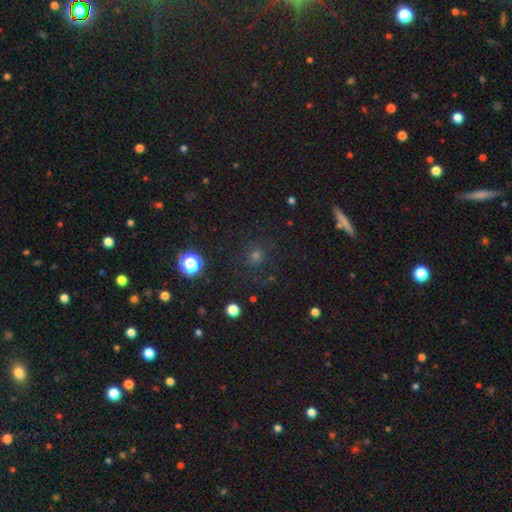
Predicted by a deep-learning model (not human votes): smooth_or_featured: smooth (p=0.50) [alt: star or artifact p=0.36]
how_rounded: round (p=0.92) [alt: in between p=0.07]
merging: none (p=0.82) [alt: minor disturbance p=0.10]